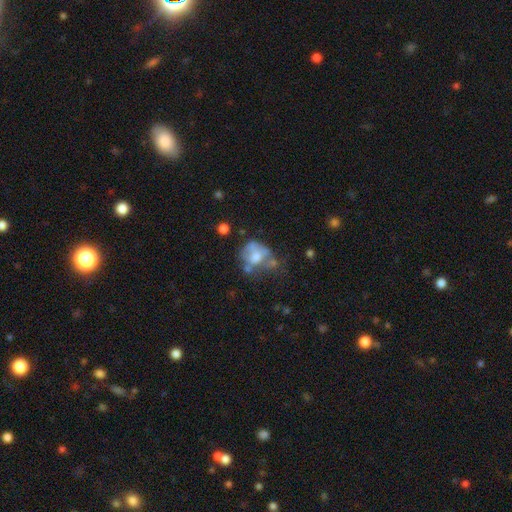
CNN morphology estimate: Smooth or featured?
  - smooth: 47% *
  - featured or disk: 42%
  - star or artifact: 11%
Merging?
  - major disturbance: 29% *
  - none: 27%
  - minor disturbance: 22%
  - merger: 21%